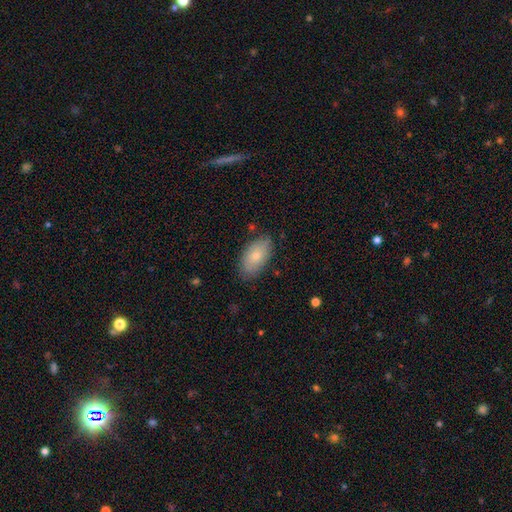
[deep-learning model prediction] This appears to be a smooth galaxy with no disk features (76%) that is in between round and cigar-shaped (94%). Merging: none (79%).